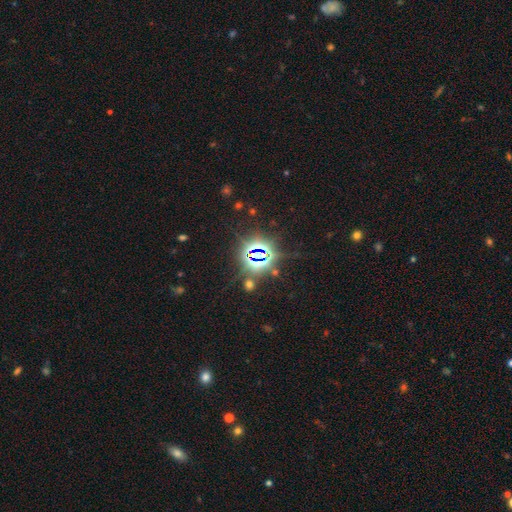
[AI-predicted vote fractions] This is clearly a star or artifact rather than a galaxy (81%).